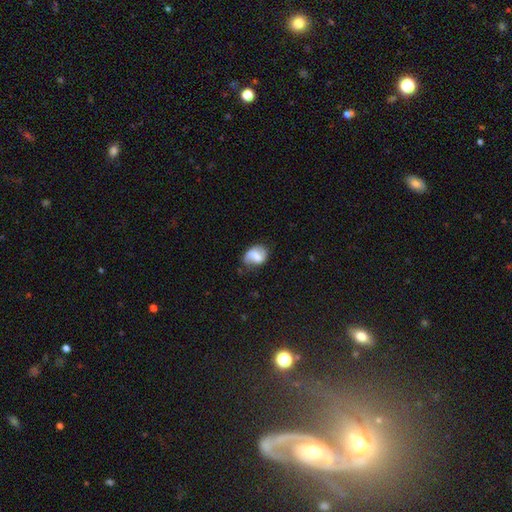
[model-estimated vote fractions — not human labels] This appears to be a featured or disk galaxy (51%) with a weak bar (44%), spiral arms (80%) and a moderate central bulge (29%, tied with none and small). Merging: none (54%).